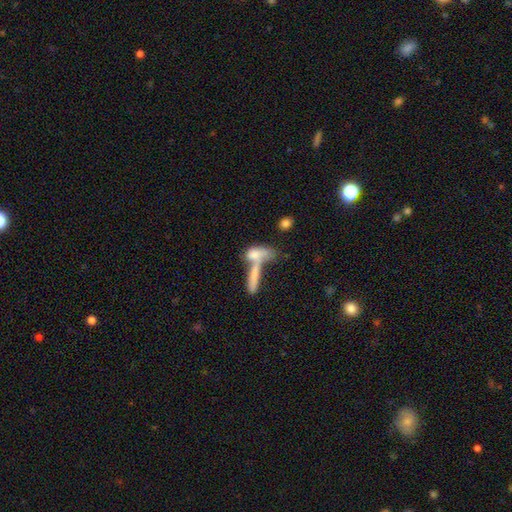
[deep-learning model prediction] Smooth or featured: smooth — 67% (featured or disk — 24%)
How rounded: in between — 48% (cigar-shaped — 44%)
Merging: merger — 56% (none — 23%)